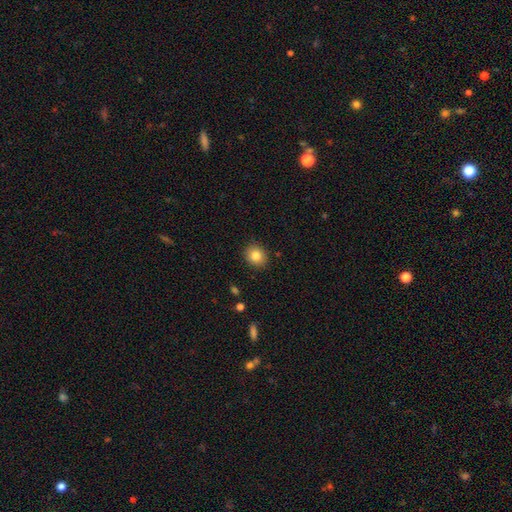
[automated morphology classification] Smooth or featured? Predicted: smooth (p=0.82). How rounded? Predicted: round (p=0.69). Merging? Predicted: none (p=0.89).